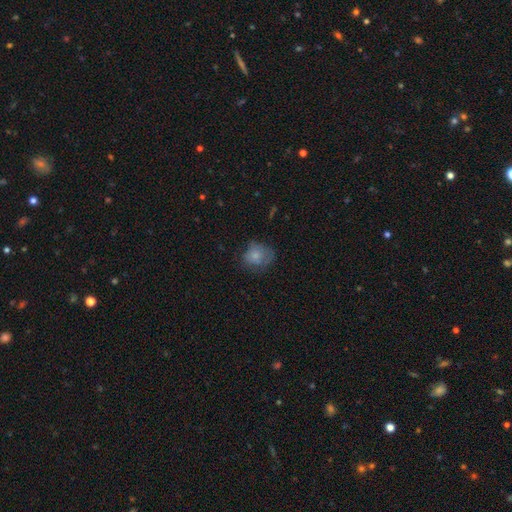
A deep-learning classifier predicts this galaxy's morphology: Smooth or featured? smooth (74%)
How rounded? round (67%)
Merging? none (53%)